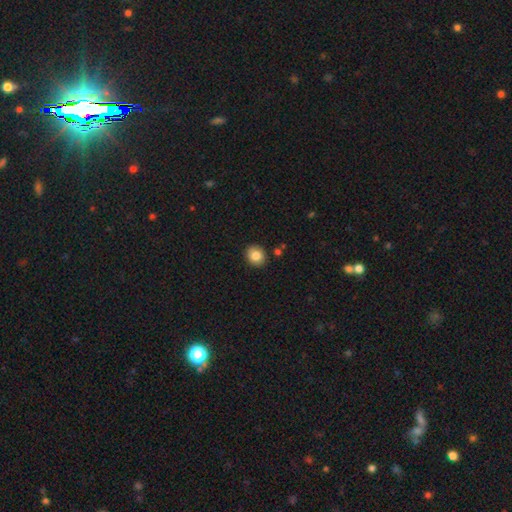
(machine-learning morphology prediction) Overall: smooth (84%). How rounded: round (78%). Merging: none (89%).